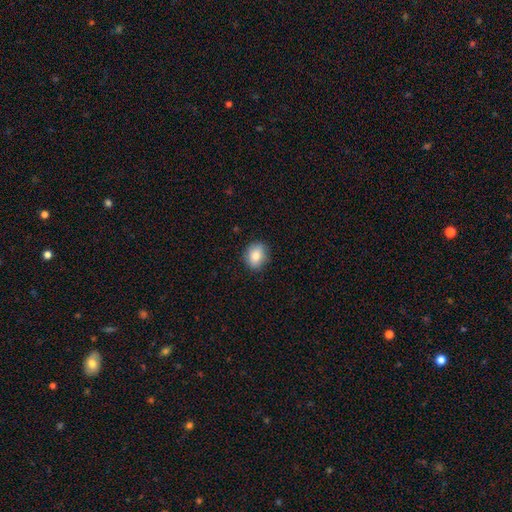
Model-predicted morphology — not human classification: Smooth or featured?
  - smooth: 84% *
  - star or artifact: 8%
  - featured or disk: 7%
How rounded?
  - in between: 53% *
  - round: 46%
  - cigar-shaped: 1%
Merging?
  - none: 85% *
  - minor disturbance: 12%
  - major disturbance: 2%
  - merger: 1%